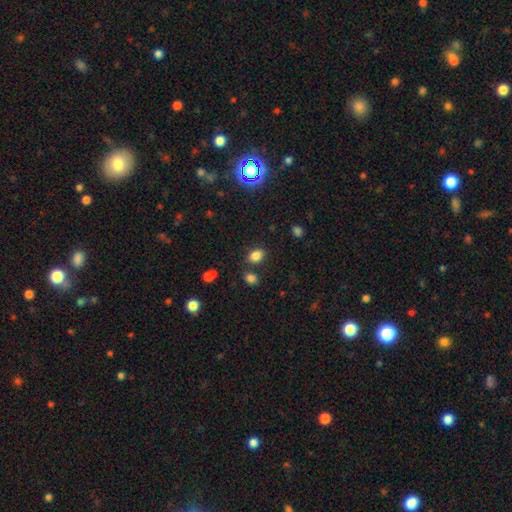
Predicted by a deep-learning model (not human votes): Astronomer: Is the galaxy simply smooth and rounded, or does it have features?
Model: smooth — 83%.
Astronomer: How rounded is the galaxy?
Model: in between — 73%.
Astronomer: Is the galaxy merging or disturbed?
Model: none — 78%.